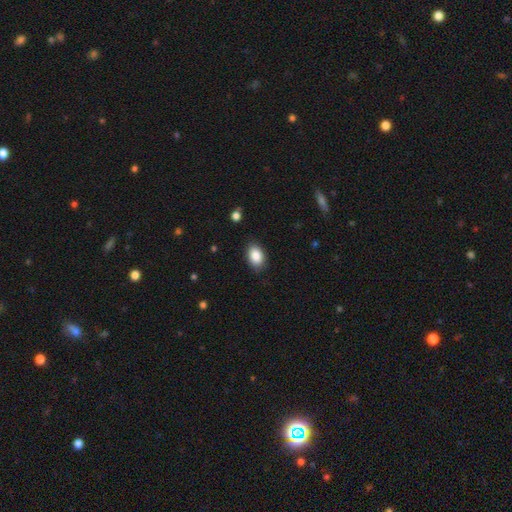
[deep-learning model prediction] Smooth or featured?
  - smooth: 87% *
  - star or artifact: 7%
  - featured or disk: 5%
How rounded?
  - in between: 88% *
  - round: 11%
  - cigar-shaped: 1%
Merging?
  - none: 86% *
  - minor disturbance: 10%
  - major disturbance: 2%
  - merger: 1%